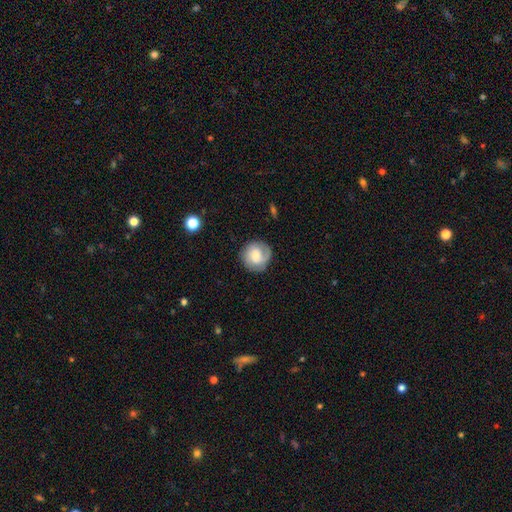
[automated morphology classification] type=smooth (47%); merging=none (80%).